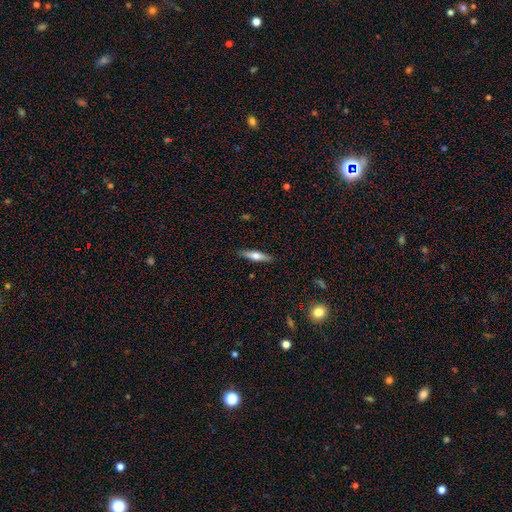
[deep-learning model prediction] A smooth galaxy with no disk features (63%) that is cigar-shaped (72%). Merging: none (88%).